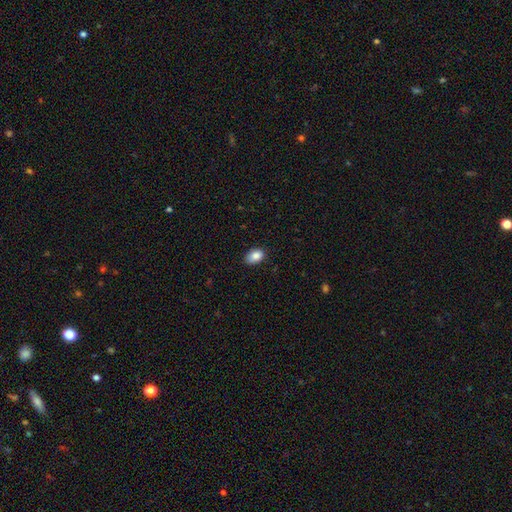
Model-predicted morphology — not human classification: Overall: smooth (86%). How rounded: in between (86%). Merging: none (81%).